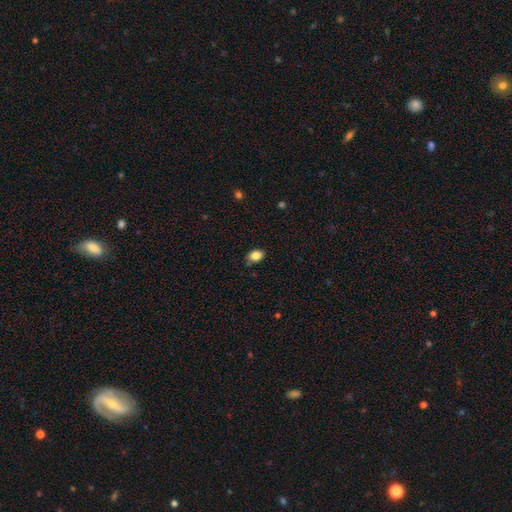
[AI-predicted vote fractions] The model was most divided on "how rounded": in between: 72%, round: 27%, cigar-shaped: 1%. More confident: smooth or featured — smooth (85%); merging — none (79%).